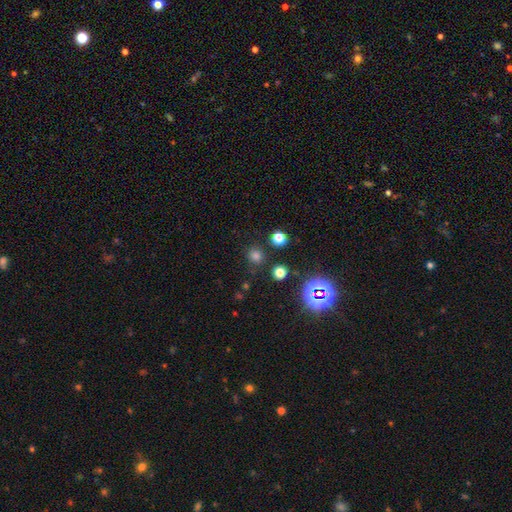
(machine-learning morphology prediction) This is likely a smooth galaxy (73%). How rounded: clearly round (90%). Merging: clearly none (83%).